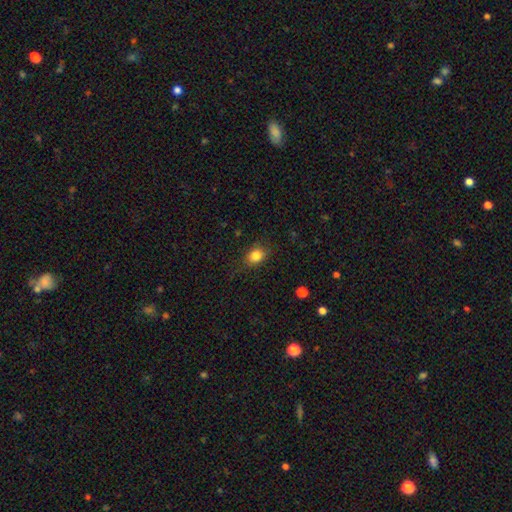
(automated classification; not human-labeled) A smooth galaxy with no disk features (83%) that is in between round and cigar-shaped (55%). Merging: none (78%).